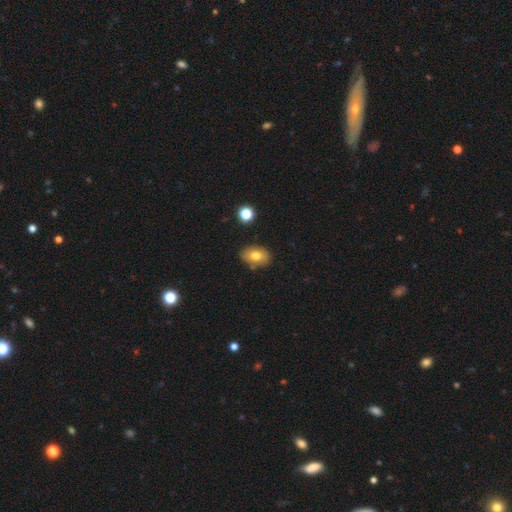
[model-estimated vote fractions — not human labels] Smooth or featured: smooth — 75% (featured or disk — 16%)
How rounded: in between — 79% (round — 20%)
Merging: none — 78% (minor disturbance — 15%)